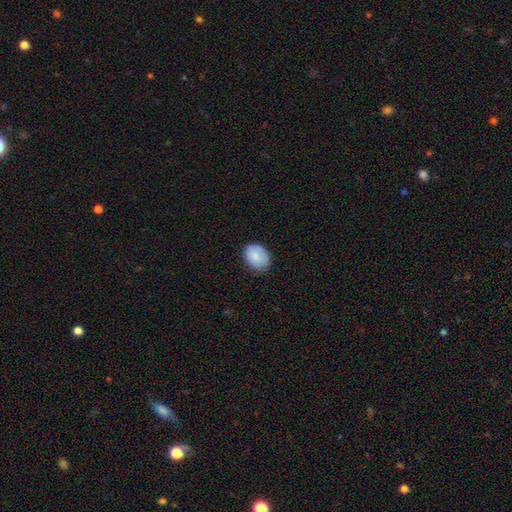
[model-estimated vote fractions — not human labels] This is clearly a smooth galaxy (81%). How rounded: likely in between (72%). Merging: likely none (76%).